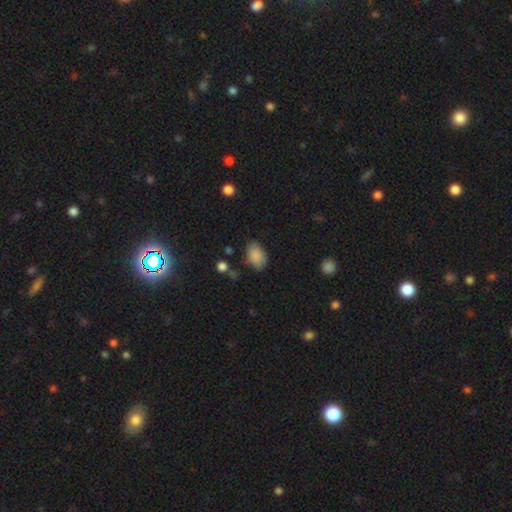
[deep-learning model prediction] A smooth galaxy with no disk features (87%) that is in between round and cigar-shaped (88%).

Vote fractions:
- Smooth or featured? smooth: 87% / star or artifact: 8% / featured or disk: 5%
- How rounded? in between: 88% / round: 11% / cigar-shaped: 1%
- Merging? none: 73% / minor disturbance: 20% / major disturbance: 5% / merger: 3%